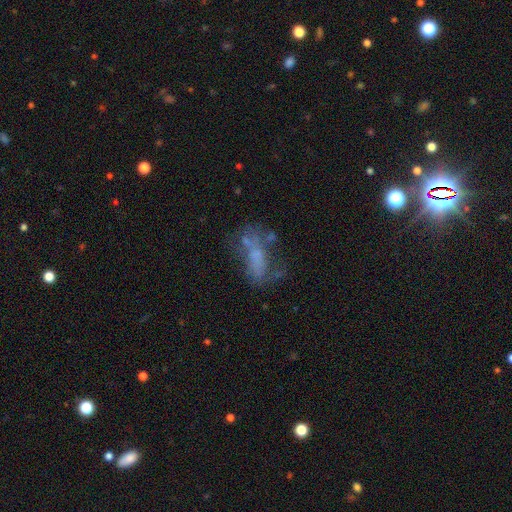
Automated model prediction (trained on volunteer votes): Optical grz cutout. It shows a featured or disk galaxy (48%). Merging: none (34%).